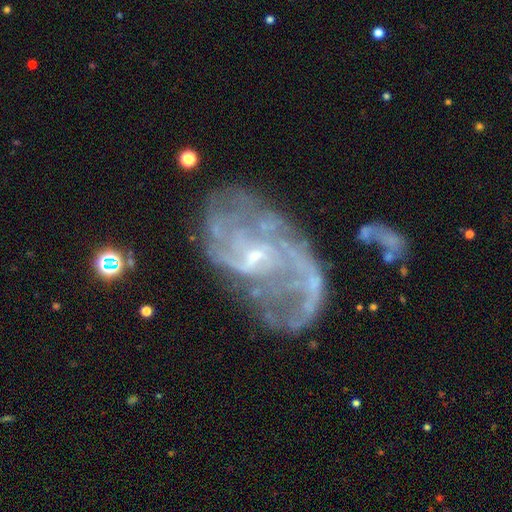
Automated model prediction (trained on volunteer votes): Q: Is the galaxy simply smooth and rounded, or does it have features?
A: featured or disk — 83%.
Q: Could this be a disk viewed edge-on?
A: no — 97%.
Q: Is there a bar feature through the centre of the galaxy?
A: no — 46%.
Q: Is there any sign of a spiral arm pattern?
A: yes — 87%.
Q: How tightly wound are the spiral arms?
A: medium — 40%.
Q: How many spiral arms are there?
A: can't tell — 34%.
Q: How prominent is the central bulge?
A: small — 75%.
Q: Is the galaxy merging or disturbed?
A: none — 54%.